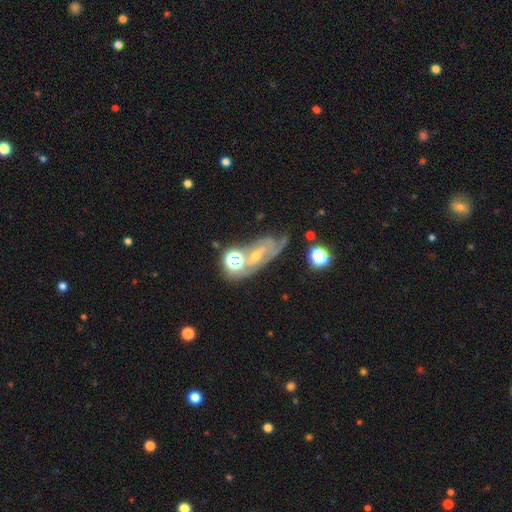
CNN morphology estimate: This is likely a featured or disk galaxy (69%). It is clearly not viewed edge-on (92%). Bar: possibly no (55%). Spiral arm pattern: clearly yes (83%). Spiral arm count: marginally 2 (38%). Spiral winding: possibly tight (47%). Central bulge: likely small (65%). Merging: marginally none (41%).